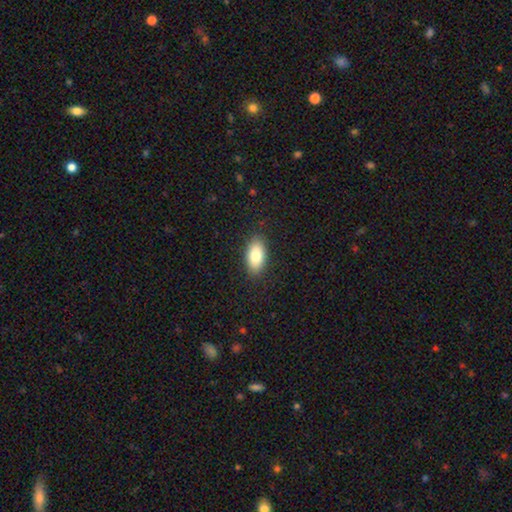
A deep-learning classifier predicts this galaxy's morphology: Smooth or featured? smooth (82%)
How rounded? in between (91%)
Merging? none (88%)